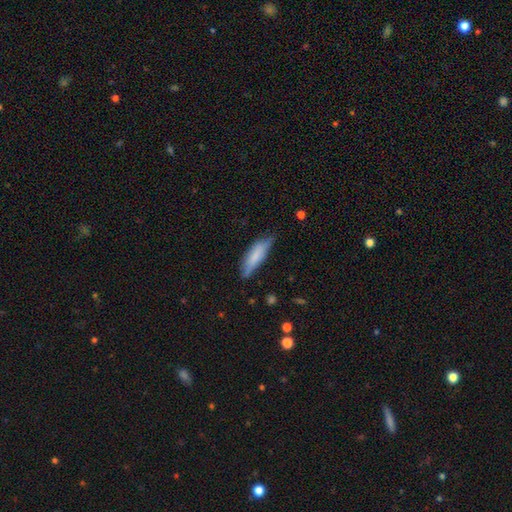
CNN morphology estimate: Overall: smooth (75%). How rounded: cigar-shaped (54%; in between 44%). Merging: none (62%; minor disturbance 30%).